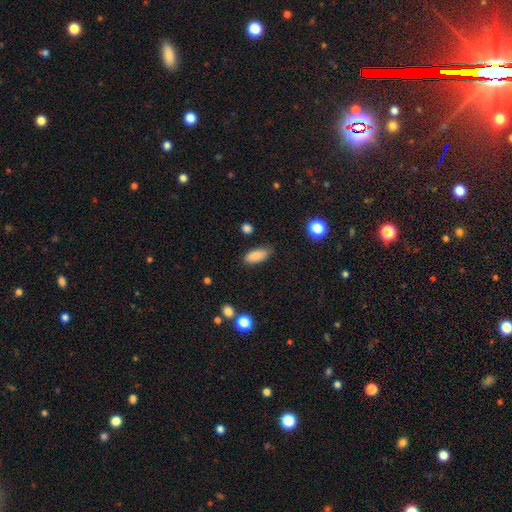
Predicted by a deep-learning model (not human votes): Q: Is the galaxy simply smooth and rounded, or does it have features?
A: smooth — 86%.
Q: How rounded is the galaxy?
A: in between — 86%.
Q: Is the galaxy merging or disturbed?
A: none — 78%.